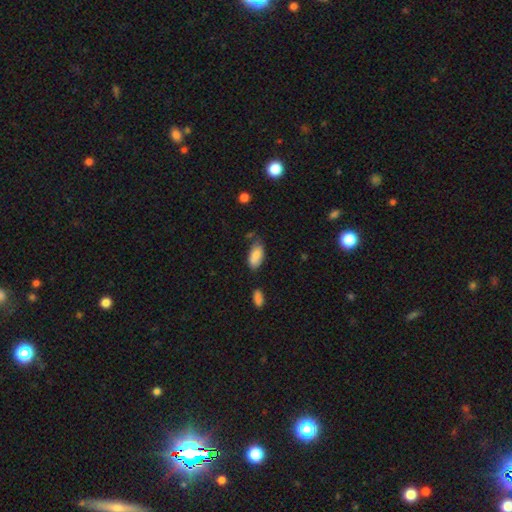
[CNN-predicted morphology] This appears to be a smooth galaxy with no disk features (85%) that is in between round and cigar-shaped (91%). Merging: none (62%).